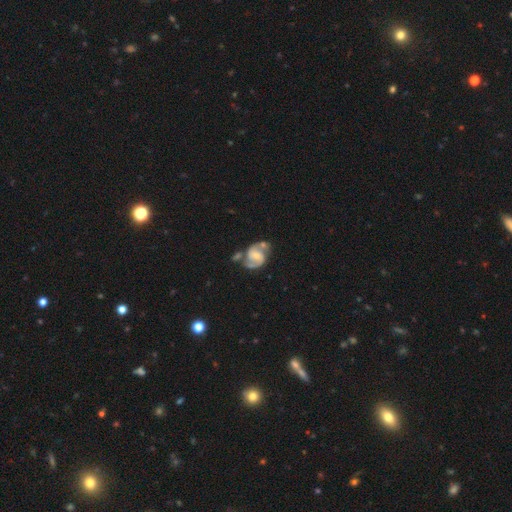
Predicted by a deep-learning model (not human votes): This appears to be a featured or disk galaxy (85%) with a weak bar (45%), 2 (91%) medium (57%) spiral arms (96%) and a small central bulge (48%). Merging: none (50%).